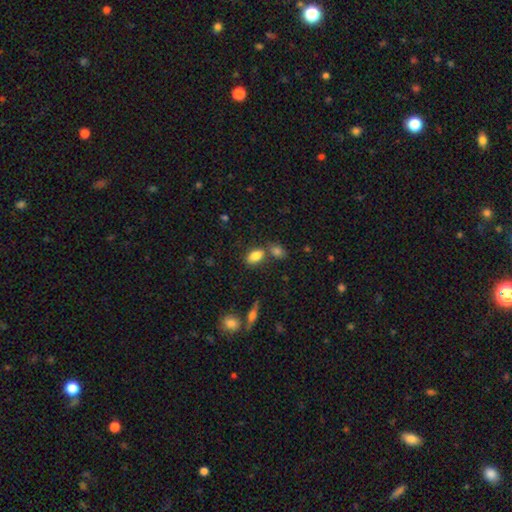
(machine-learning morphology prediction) smooth 83%, featured or disk 9%, star or artifact 8%. Down the decision tree: how rounded — in between (90%); merging — none (65%).